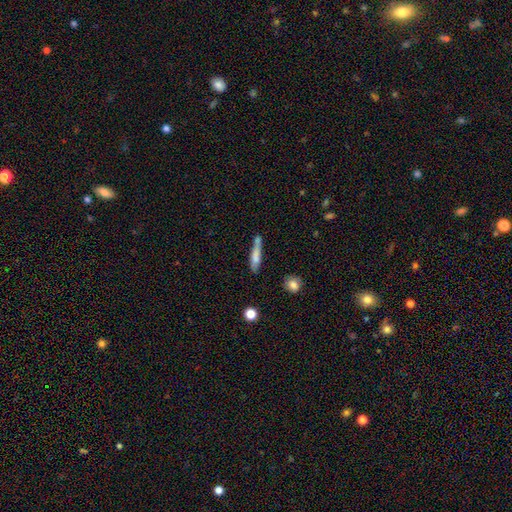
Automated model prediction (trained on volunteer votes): Smooth or featured? Predicted: smooth (p=0.69). How rounded? Predicted: cigar-shaped (p=0.86). Merging? Predicted: none (p=0.53).